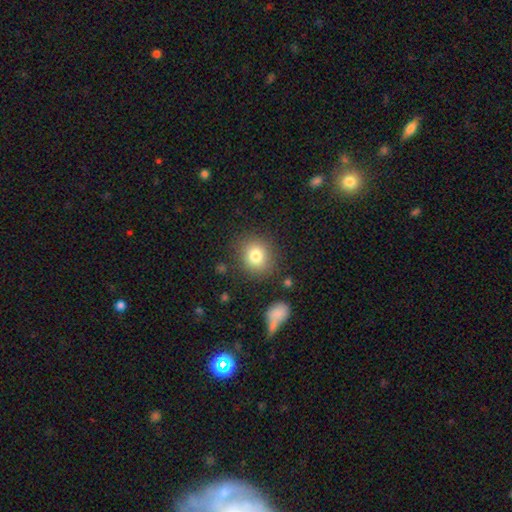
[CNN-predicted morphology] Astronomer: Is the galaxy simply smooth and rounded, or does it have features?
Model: smooth — 80%.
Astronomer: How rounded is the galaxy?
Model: round — 77%.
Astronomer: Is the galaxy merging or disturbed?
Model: none — 83%.